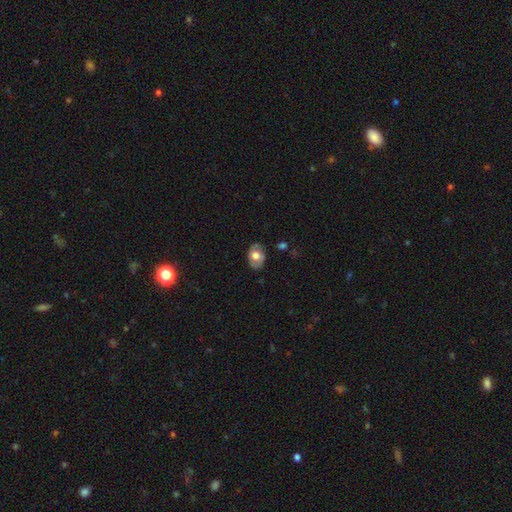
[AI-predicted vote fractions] The model was most divided on "smooth or featured": smooth: 57%, featured or disk: 35%, star or artifact: 7%. More confident: merging — none (75%); how rounded — in between (75%).